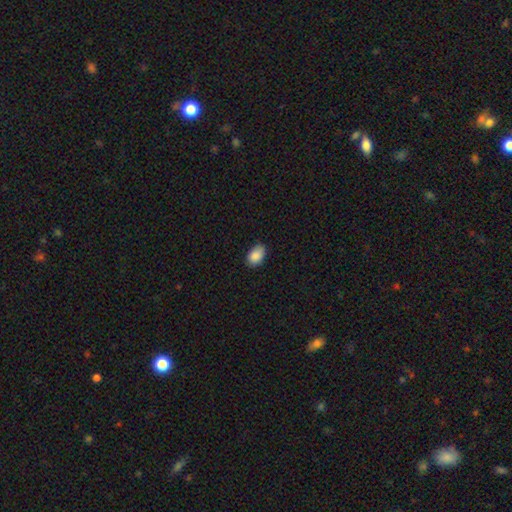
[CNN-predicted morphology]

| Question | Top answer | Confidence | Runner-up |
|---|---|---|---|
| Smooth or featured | smooth | 88% | star or artifact (8%) |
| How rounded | in between | 87% | round (12%) |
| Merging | none | 79% | minor disturbance (18%) |